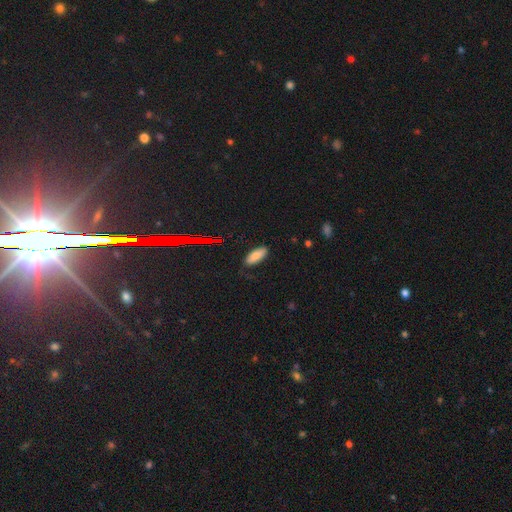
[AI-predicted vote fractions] smooth 82%, star or artifact 11%, featured or disk 7%. Down the decision tree: how rounded — in between (82%); merging — none (76%).